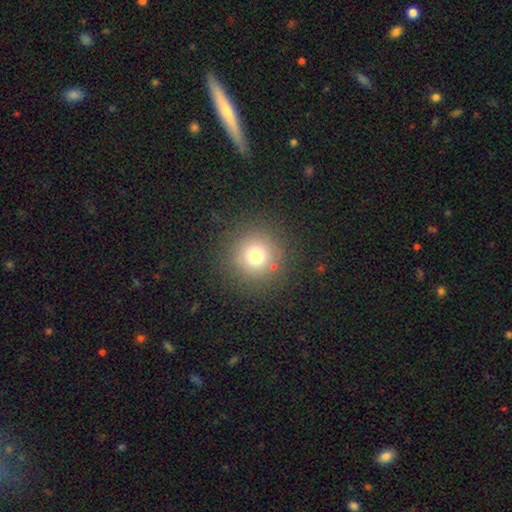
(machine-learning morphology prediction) Smooth or featured?
  - smooth: 73% *
  - star or artifact: 17%
  - featured or disk: 10%
How rounded?
  - round: 95% *
  - in between: 4%
  - cigar-shaped: 1%
Merging?
  - none: 87% *
  - minor disturbance: 7%
  - major disturbance: 4%
  - merger: 2%